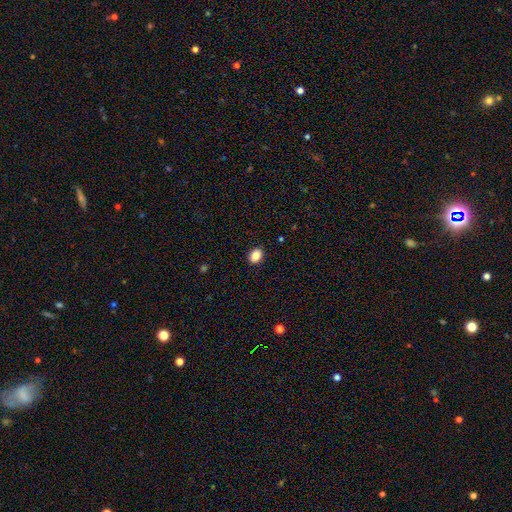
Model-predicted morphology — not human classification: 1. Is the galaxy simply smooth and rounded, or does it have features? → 88% smooth, 9% star or artifact, 4% featured or disk.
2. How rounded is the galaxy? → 61% in between, 38% round, 1% cigar-shaped.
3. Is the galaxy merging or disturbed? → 90% none, 7% minor disturbance, 2% major disturbance, 1% merger.